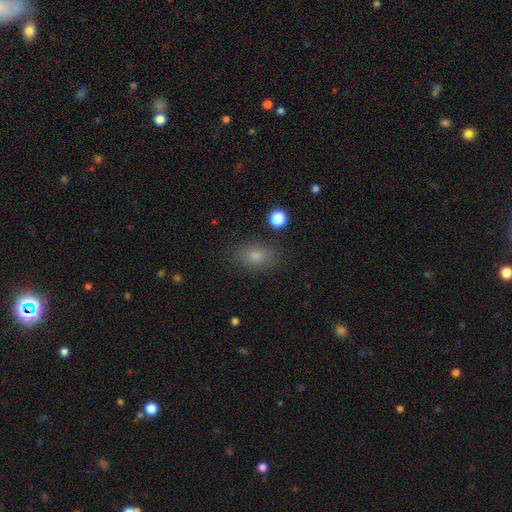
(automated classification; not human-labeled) Morphology: type=smooth (79%); roundness=in between (82%); merging=none (84%).